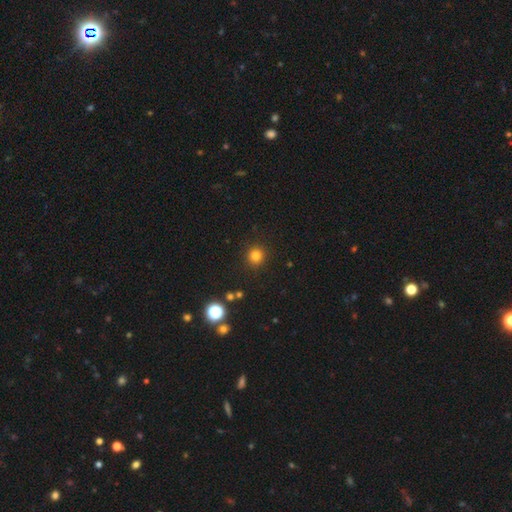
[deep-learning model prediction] Morphology: type=smooth (80%); roundness=round (93%); merging=none (91%).